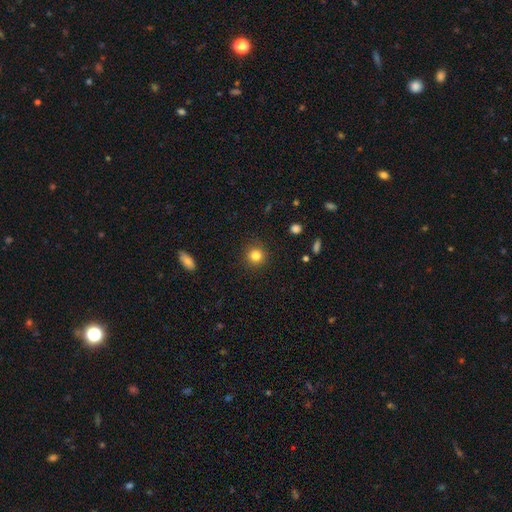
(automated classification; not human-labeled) smooth 83%, star or artifact 11%, featured or disk 6%. Down the decision tree: how rounded — round (93%); merging — none (91%).